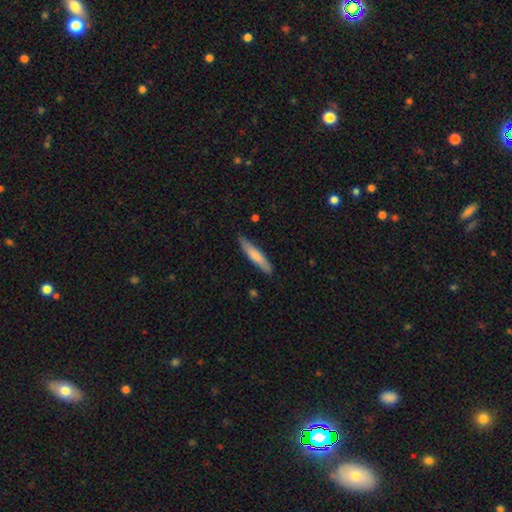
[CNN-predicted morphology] Smooth or featured?
  - smooth: 73% *
  - featured or disk: 22%
  - star or artifact: 5%
How rounded?
  - cigar-shaped: 87% *
  - in between: 11%
  - round: 1%
Merging?
  - none: 83% *
  - minor disturbance: 14%
  - major disturbance: 2%
  - merger: 1%